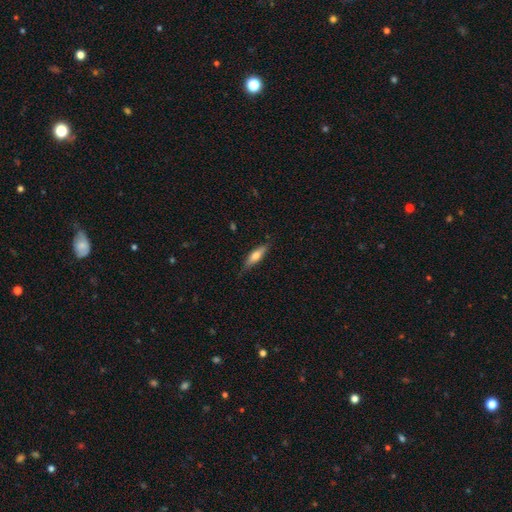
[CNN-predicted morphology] Smooth or featured? Predicted: smooth (p=0.58). How rounded? Predicted: cigar-shaped (p=0.62). Merging? Predicted: none (p=0.79).